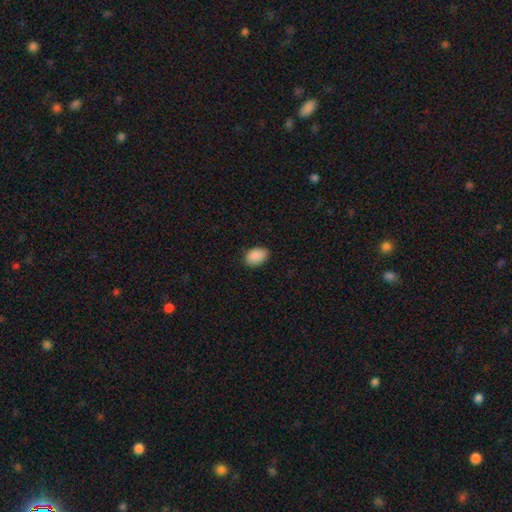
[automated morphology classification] A smooth galaxy with no disk features (90%) that is in between round and cigar-shaped (88%). Merging: none (85%).